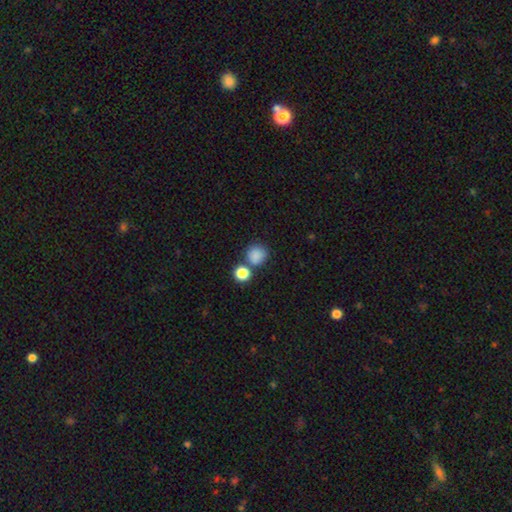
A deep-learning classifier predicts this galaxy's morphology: The model was most divided on "merging": none: 68%, merger: 18%, minor disturbance: 10%, major disturbance: 4%. More confident: how rounded — round (88%); smooth or featured — smooth (83%).